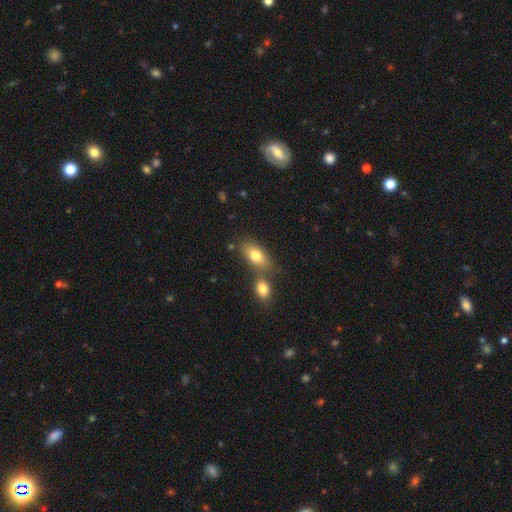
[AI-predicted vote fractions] Smooth or featured? smooth (79%)
How rounded? in between (87%)
Merging? none (53%)